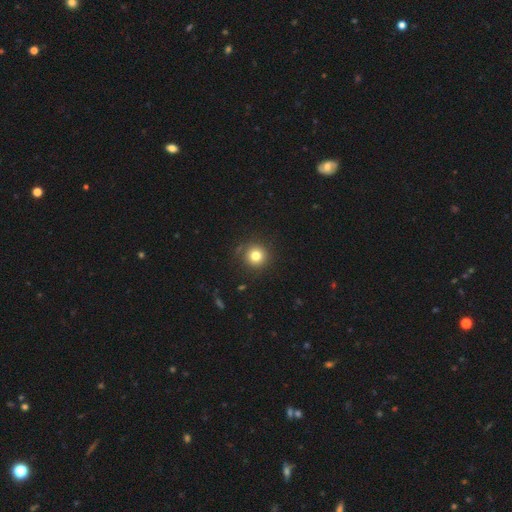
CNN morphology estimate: smooth 79%, star or artifact 13%, featured or disk 8%. Down the decision tree: how rounded — round (95%); merging — none (85%).